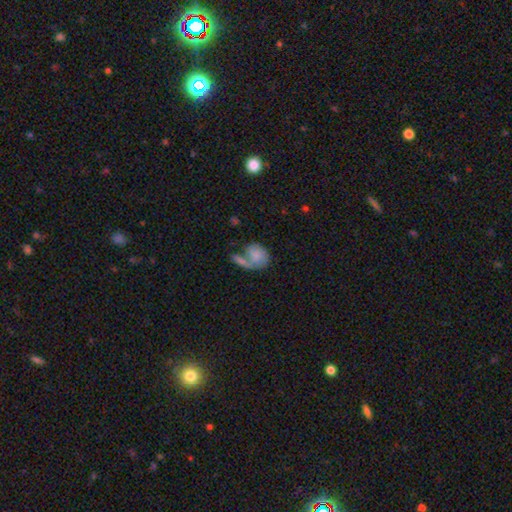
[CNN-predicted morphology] smooth_or_featured: smooth (p=0.64) [alt: featured or disk p=0.29]
how_rounded: in between (p=0.56) [alt: round p=0.42]
merging: merger (p=0.45) [alt: none p=0.28]